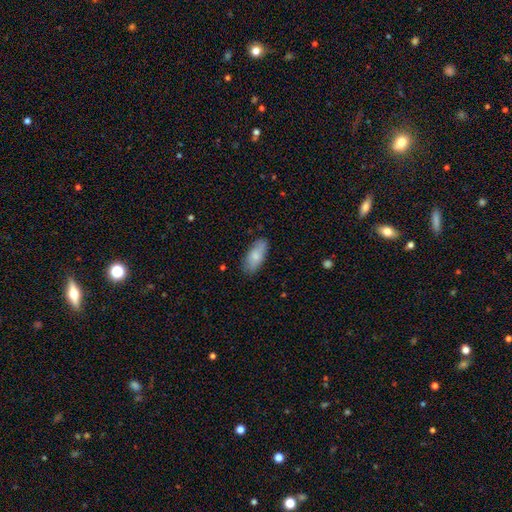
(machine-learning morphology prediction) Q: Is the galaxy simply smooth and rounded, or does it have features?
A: smooth — 78%.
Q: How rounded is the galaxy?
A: in between — 84%.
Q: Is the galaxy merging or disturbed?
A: none — 80%.